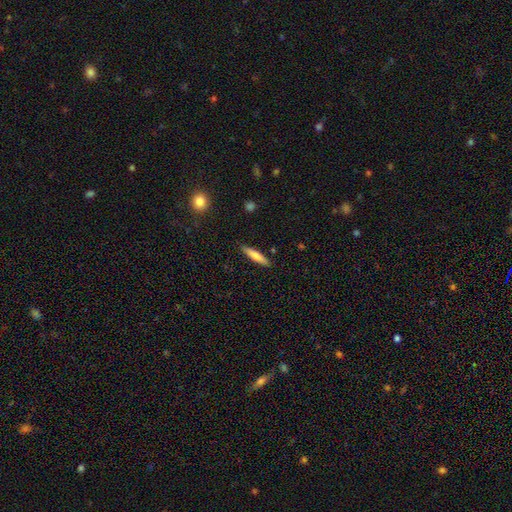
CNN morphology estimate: type=smooth (71%); roundness=cigar-shaped (84%); merging=none (88%).